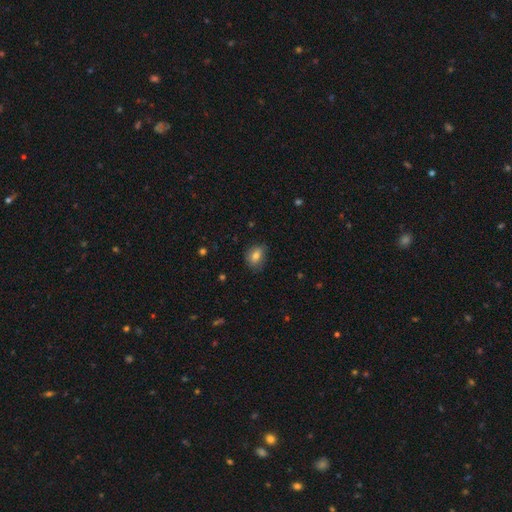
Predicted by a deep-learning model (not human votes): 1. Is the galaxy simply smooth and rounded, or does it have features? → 78% smooth, 12% featured or disk, 10% star or artifact.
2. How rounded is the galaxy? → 57% in between, 42% round, 1% cigar-shaped.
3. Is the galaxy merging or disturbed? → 75% none, 20% minor disturbance, 4% major disturbance, 1% merger.